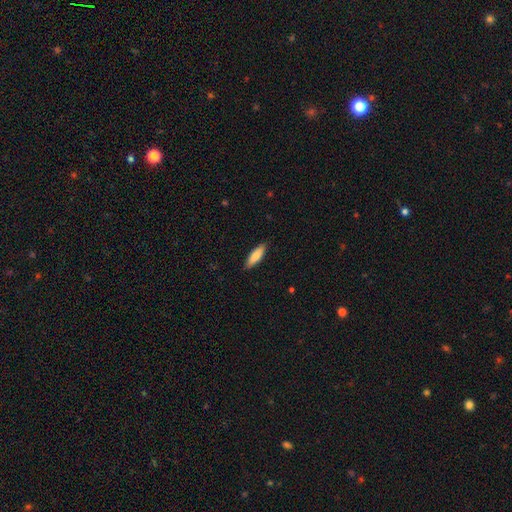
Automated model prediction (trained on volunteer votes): Smooth or featured?
  - smooth: 80% *
  - featured or disk: 14%
  - star or artifact: 5%
How rounded?
  - cigar-shaped: 52% *
  - in between: 46%
  - round: 2%
Merging?
  - none: 88% *
  - minor disturbance: 9%
  - major disturbance: 2%
  - merger: 1%